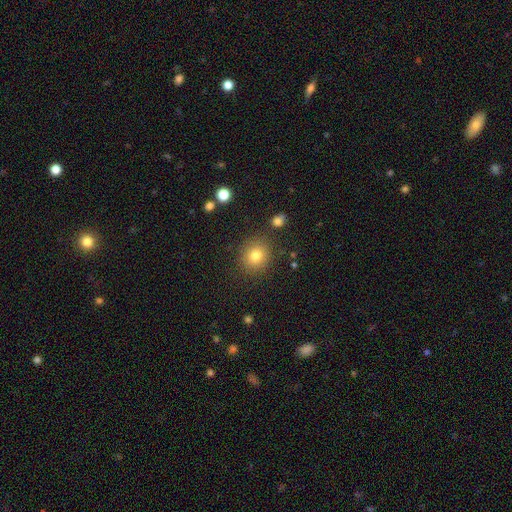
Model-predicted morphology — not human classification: Q: Smooth or featured?
A: smooth (79%); runner-up: star or artifact (13%)
Q: How rounded?
A: round (85%); runner-up: in between (14%)
Q: Merging?
A: none (86%); runner-up: minor disturbance (8%)